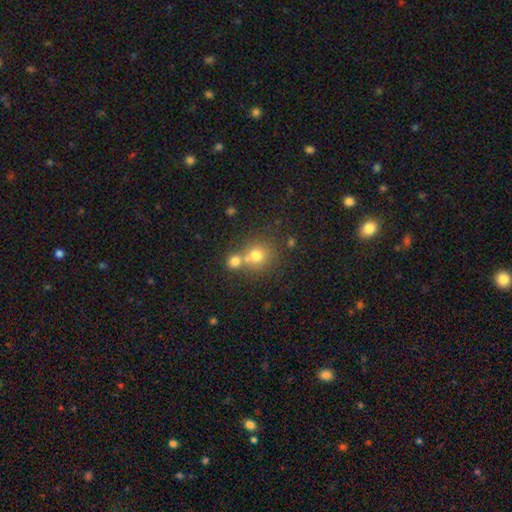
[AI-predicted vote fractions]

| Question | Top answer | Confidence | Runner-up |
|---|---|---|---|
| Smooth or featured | smooth | 73% | star or artifact (14%) |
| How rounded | round | 84% | in between (15%) |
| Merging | none | 45% | merger (44%) |